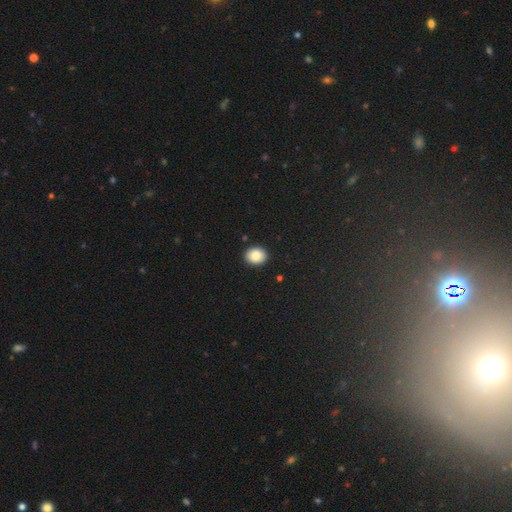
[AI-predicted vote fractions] Overall: smooth (87%). How rounded: round (57%; in between 42%). Merging: none (91%).